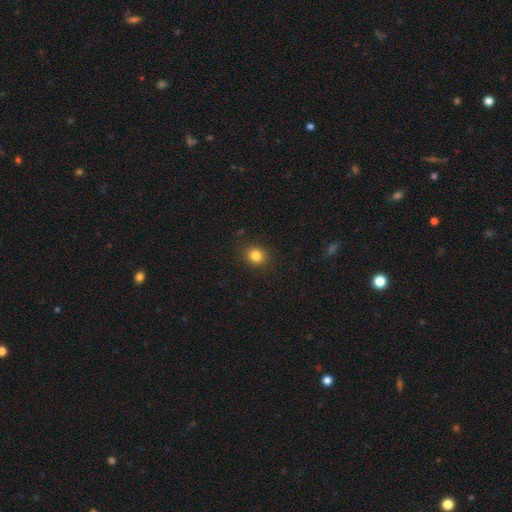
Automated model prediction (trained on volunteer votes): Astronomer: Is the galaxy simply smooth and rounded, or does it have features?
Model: smooth — 83%.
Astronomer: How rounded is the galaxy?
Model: round — 74%.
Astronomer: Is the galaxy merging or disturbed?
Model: none — 87%.